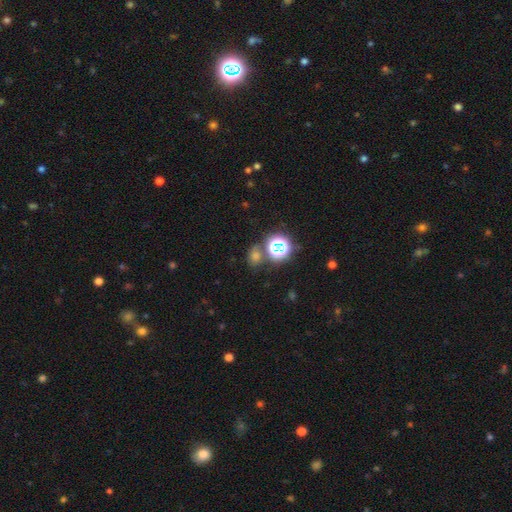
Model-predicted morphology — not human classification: Overall: smooth (49%; star or artifact 42%). Merging: none (68%).